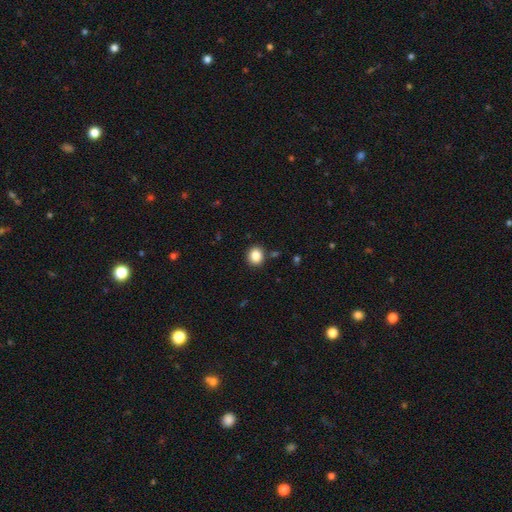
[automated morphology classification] smooth_or_featured: smooth (p=0.86) [alt: star or artifact p=0.10]
how_rounded: round (p=0.78) [alt: in between p=0.21]
merging: none (p=0.87) [alt: minor disturbance p=0.08]